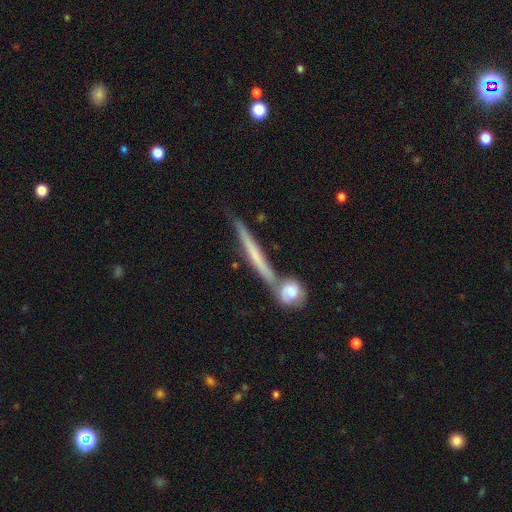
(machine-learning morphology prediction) featured or disk 50%, smooth 43%, star or artifact 7%. Down the decision tree: edge-on disk — yes (93%); merging — none (63%).